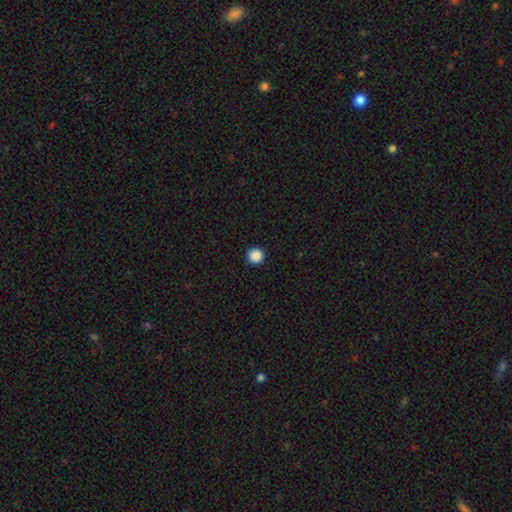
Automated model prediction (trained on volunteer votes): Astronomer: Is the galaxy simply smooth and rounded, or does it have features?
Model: smooth — 88%.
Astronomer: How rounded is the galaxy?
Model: round — 96%.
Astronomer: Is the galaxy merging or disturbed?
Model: none — 94%.